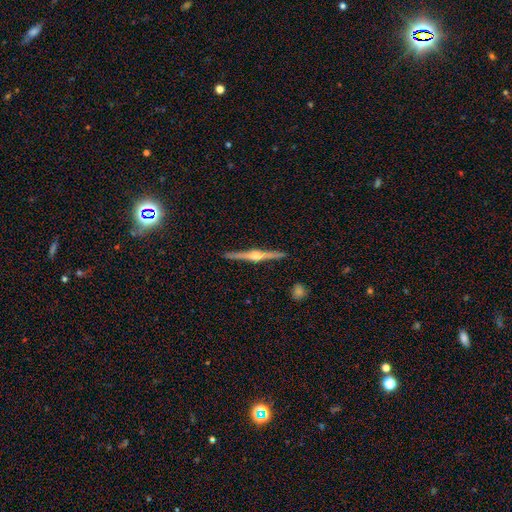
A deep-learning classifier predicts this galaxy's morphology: This appears to be a featured or disk galaxy (86%) viewed edge-on (99%) with a rounded central bulge (94%). Merging: none (92%).